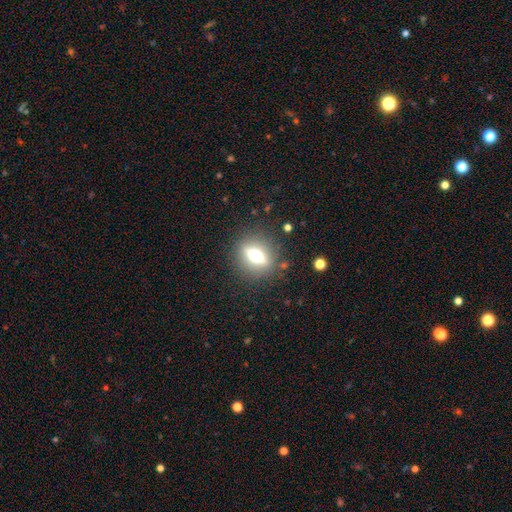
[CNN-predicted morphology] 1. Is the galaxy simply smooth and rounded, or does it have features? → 44% smooth, 43% featured or disk, 13% star or artifact.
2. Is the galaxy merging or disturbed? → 83% none, 9% minor disturbance, 5% major disturbance, 2% merger.